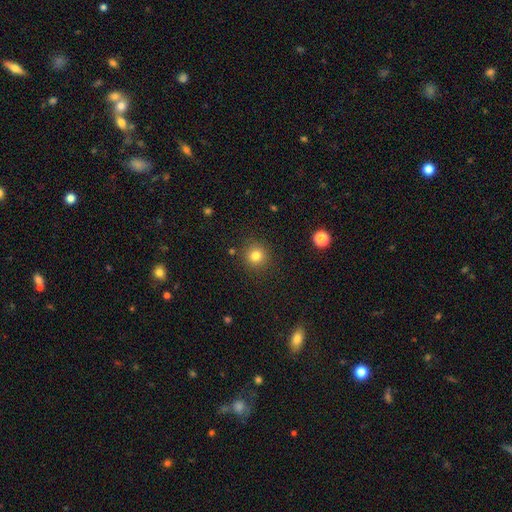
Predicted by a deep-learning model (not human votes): This appears to be a smooth galaxy with no disk features (81%) that is round (93%). Merging: none (88%).